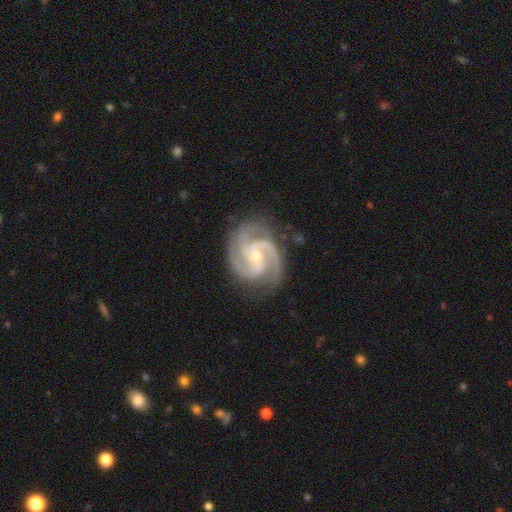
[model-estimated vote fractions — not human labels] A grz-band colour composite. It shows a featured or disk galaxy (94%) with no bar (46%), 3 (53%) medium (52%) spiral arms (99%) and a small central bulge (67%). Merging: none (79%).